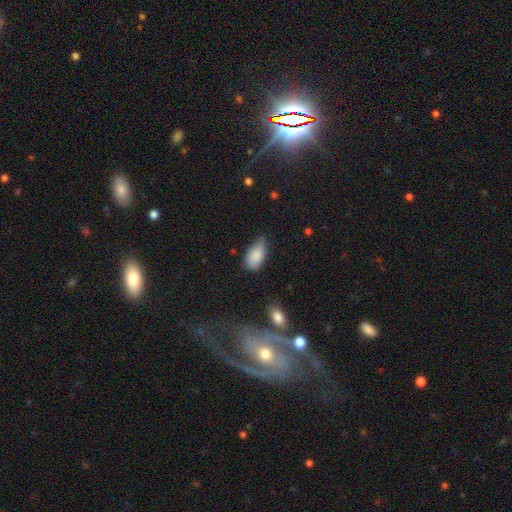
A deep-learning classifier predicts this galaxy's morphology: smooth 86%, star or artifact 7%, featured or disk 7%. Down the decision tree: how rounded — in between (92%); merging — none (49%).